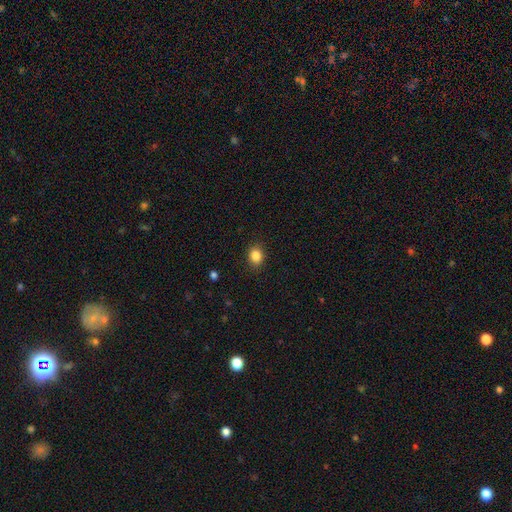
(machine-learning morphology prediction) smooth_or_featured: smooth (p=0.86) [alt: star or artifact p=0.10]
how_rounded: round (p=0.51) [alt: in between p=0.48]
merging: none (p=0.88) [alt: minor disturbance p=0.08]